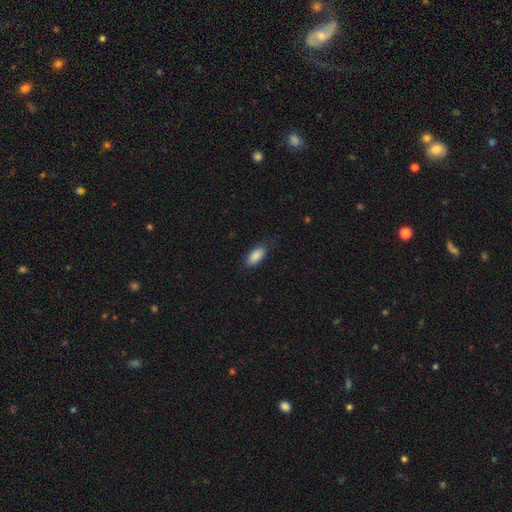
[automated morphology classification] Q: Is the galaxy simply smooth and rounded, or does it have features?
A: smooth — 89%.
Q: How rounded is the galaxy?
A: in between — 88%.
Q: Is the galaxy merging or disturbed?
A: none — 81%.